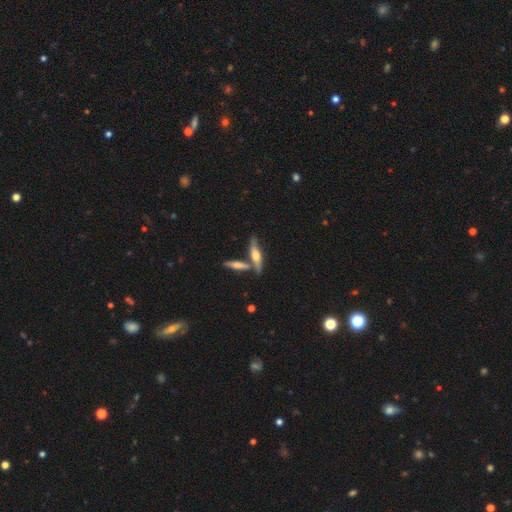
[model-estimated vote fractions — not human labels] Overall: featured or disk (59%; smooth 34%). Edge-on disk: yes (91%). Edge-on bulge: rounded (89%). Merging: none (62%; merger 23%).